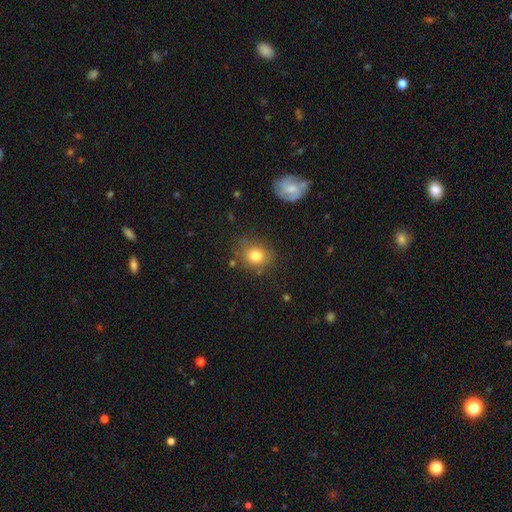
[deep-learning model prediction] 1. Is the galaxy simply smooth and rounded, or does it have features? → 79% smooth, 11% star or artifact, 10% featured or disk.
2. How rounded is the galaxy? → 68% round, 31% in between, 1% cigar-shaped.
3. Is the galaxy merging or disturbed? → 78% none, 14% minor disturbance, 4% major disturbance, 4% merger.